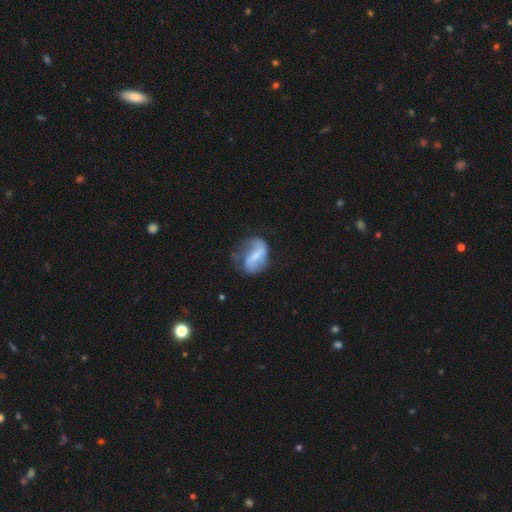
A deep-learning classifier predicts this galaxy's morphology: Smooth or featured?
  - featured or disk: 58% *
  - smooth: 35%
  - star or artifact: 8%
Edge-on disk?
  - no: 95% *
  - yes: 5%
Bar?
  - strong: 44% *
  - weak: 35%
  - no: 21%
Spiral arms?
  - yes: 62% *
  - no: 38%
Bulge size?
  - none: 36% *
  - small: 35%
  - moderate: 22%
  - large: 5%
  - dominant: 2%
Merging?
  - none: 44% *
  - minor disturbance: 29%
  - major disturbance: 23%
  - merger: 4%